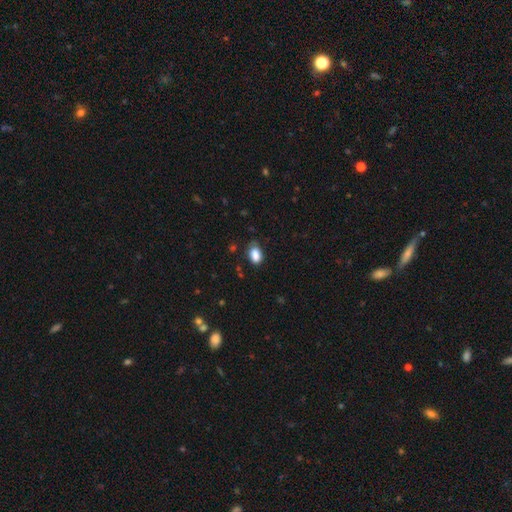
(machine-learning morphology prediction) smooth 86%, star or artifact 8%, featured or disk 5%. Down the decision tree: how rounded — in between (88%); merging — none (65%).